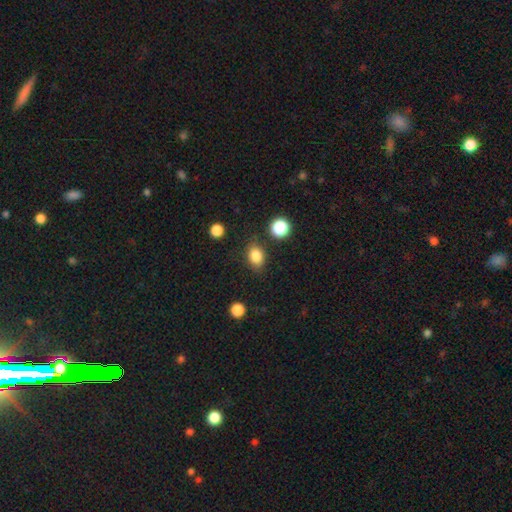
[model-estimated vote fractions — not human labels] This appears to be a smooth galaxy with no disk features (83%) that is in between round and cigar-shaped (68%). Merging: none (79%).